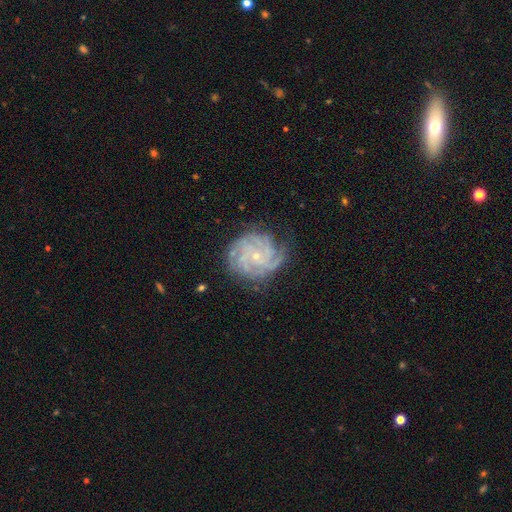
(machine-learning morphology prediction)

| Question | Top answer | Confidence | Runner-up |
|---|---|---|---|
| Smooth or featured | featured or disk | 86% | star or artifact (7%) |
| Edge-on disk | no | 98% | yes (2%) |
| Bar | no | 75% | weak (20%) |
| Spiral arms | yes | 97% | no (3%) |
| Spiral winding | tight | 71% | medium (25%) |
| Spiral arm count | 4 | 33% | can't tell (19%) |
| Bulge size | small | 82% | moderate (14%) |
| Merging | none | 76% | minor disturbance (17%) |